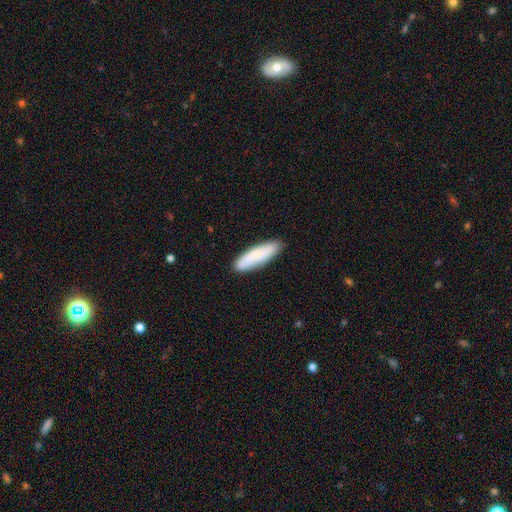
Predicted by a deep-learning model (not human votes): A smooth galaxy with no disk features (66%) that is cigar-shaped (55%). Merging: none (83%).